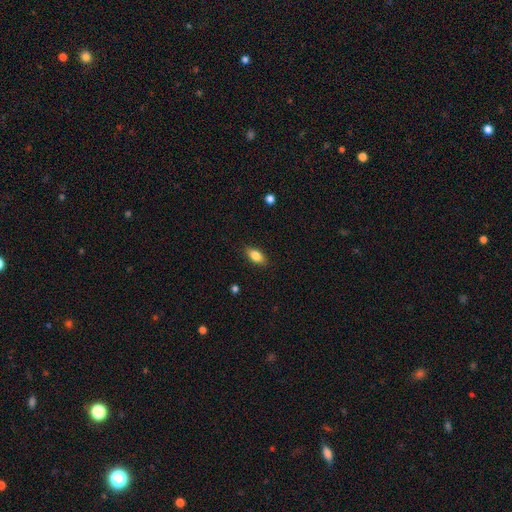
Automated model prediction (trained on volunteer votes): Q: Smooth or featured?
A: smooth (84%); runner-up: featured or disk (9%)
Q: How rounded?
A: in between (88%); runner-up: cigar-shaped (8%)
Q: Merging?
A: none (87%); runner-up: minor disturbance (9%)